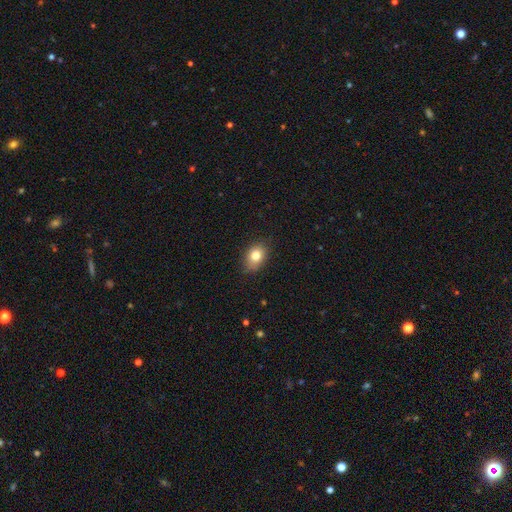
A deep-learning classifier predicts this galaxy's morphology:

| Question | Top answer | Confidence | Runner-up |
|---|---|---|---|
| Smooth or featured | smooth | 80% | featured or disk (10%) |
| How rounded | in between | 72% | round (27%) |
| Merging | none | 80% | minor disturbance (16%) |